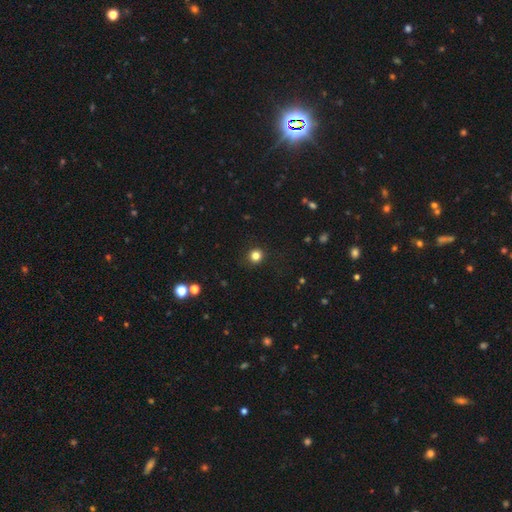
This is clearly a smooth galaxy (90%). How rounded: clearly round (94%). Merging: clearly none (92%).